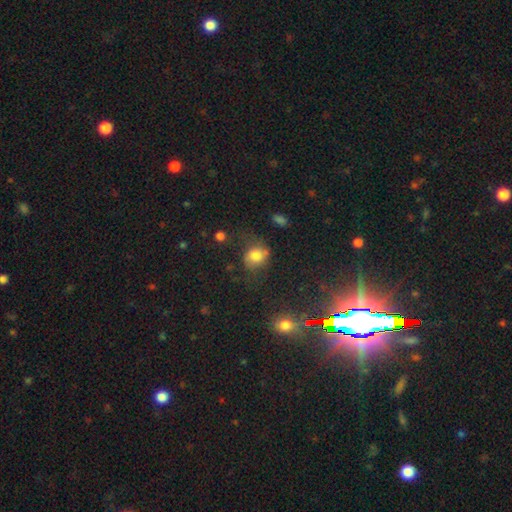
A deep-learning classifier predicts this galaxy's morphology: Smooth or featured? Predicted: smooth (p=0.73). How rounded? Predicted: round (p=0.67). Merging? Predicted: none (p=0.55).